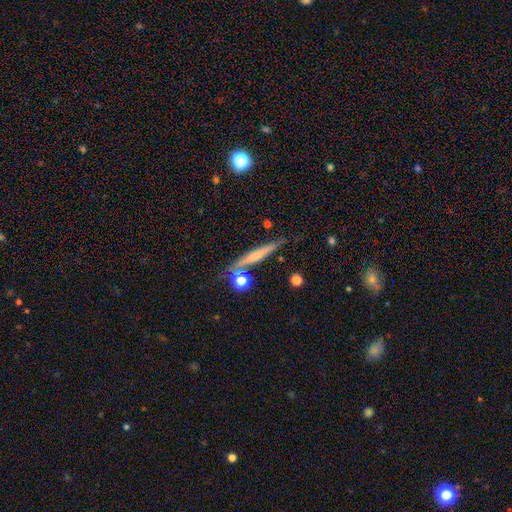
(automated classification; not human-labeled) smooth_or_featured: featured or disk (p=0.49) [alt: smooth p=0.42]
merging: none (p=0.77) [alt: minor disturbance p=0.12]